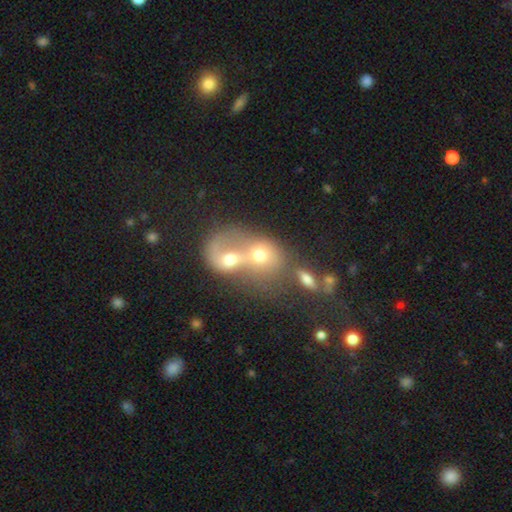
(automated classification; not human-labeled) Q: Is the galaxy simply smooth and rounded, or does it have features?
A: smooth — 47%.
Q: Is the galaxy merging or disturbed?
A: merger — 84%.